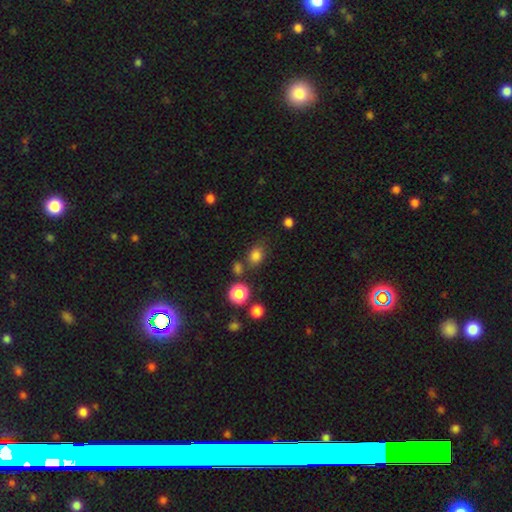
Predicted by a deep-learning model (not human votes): This is clearly a smooth galaxy (81%). How rounded: possibly round (51%). Merging: likely none (67%).